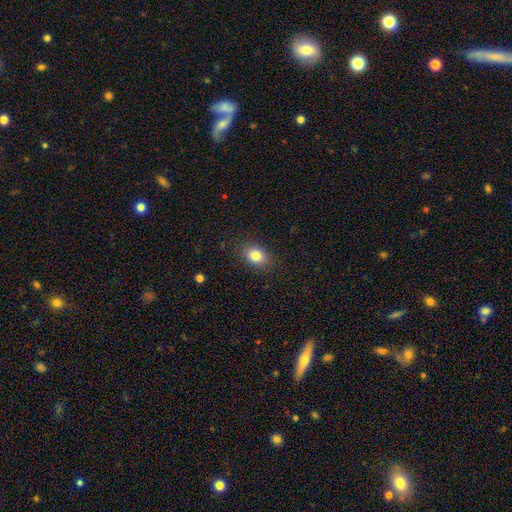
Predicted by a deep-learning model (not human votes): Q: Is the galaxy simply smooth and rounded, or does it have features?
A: smooth — 82%.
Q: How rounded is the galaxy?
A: in between — 65%.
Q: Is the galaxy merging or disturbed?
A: none — 87%.